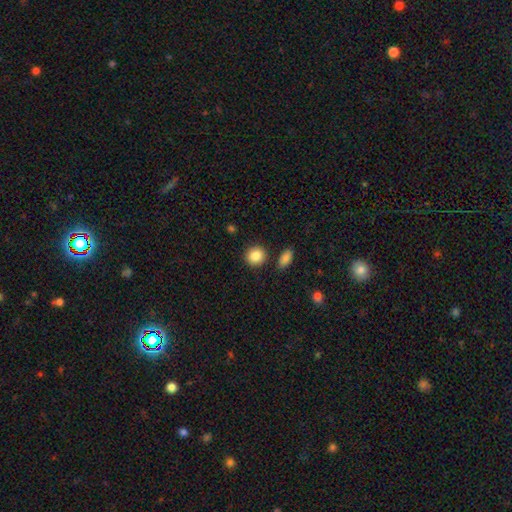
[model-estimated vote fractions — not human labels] smooth-or-featured: smooth: 87% | star or artifact: 8% | featured or disk: 5%
  how-rounded: round: 86% | in between: 13% | cigar-shaped: 1%
  merging: none: 86% | minor disturbance: 7% | merger: 5% | major disturbance: 2%